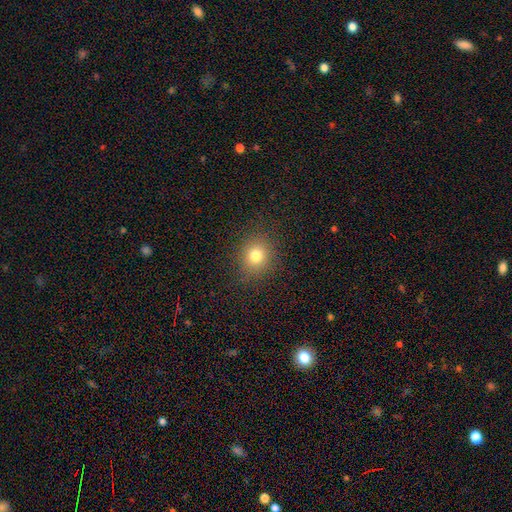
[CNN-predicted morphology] smooth_or_featured: smooth (p=0.76) [alt: star or artifact p=0.15]
how_rounded: round (p=0.76) [alt: in between p=0.23]
merging: none (p=0.86) [alt: minor disturbance p=0.09]